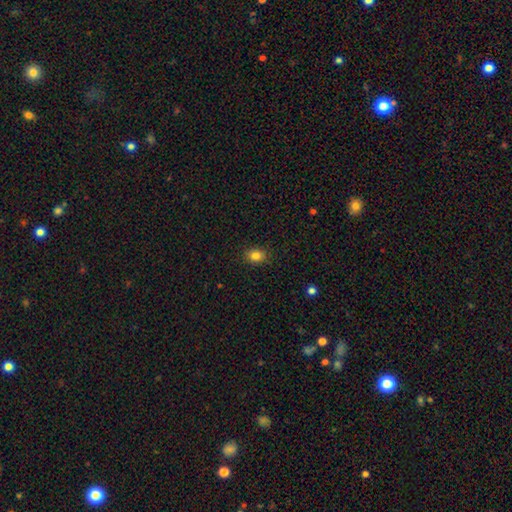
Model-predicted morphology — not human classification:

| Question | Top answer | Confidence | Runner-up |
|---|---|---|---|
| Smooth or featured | smooth | 84% | star or artifact (11%) |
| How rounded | in between | 54% | round (45%) |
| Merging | none | 88% | minor disturbance (9%) |